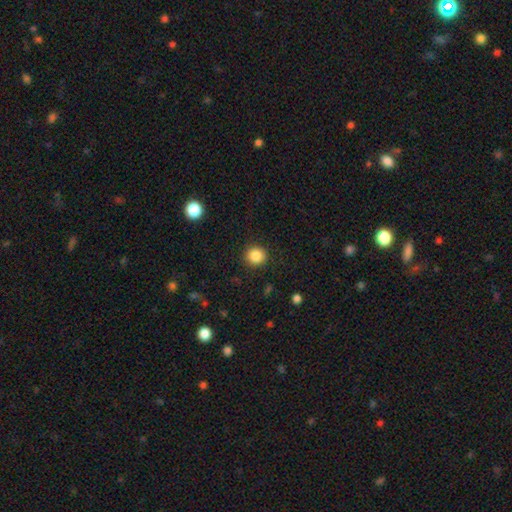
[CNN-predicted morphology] Q: Smooth or featured?
A: smooth (86%); runner-up: star or artifact (10%)
Q: How rounded?
A: round (92%); runner-up: in between (7%)
Q: Merging?
A: none (91%); runner-up: minor disturbance (6%)